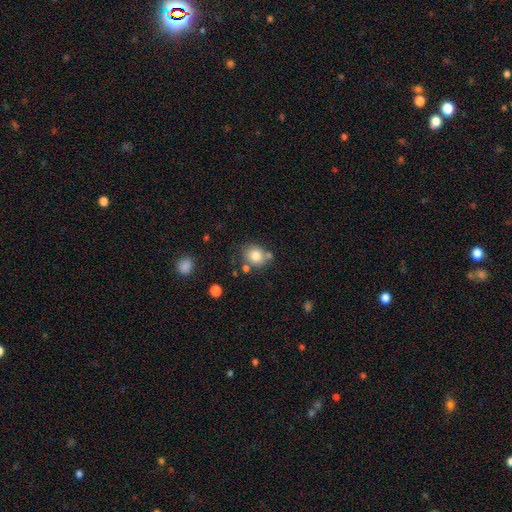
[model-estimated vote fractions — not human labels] A smooth galaxy with no disk features (80%) that is round (73%).

Vote fractions:
- Smooth or featured? smooth: 80% / star or artifact: 10% / featured or disk: 10%
- How rounded? round: 73% / in between: 26% / cigar-shaped: 1%
- Merging? none: 65% / merger: 16% / minor disturbance: 15% / major disturbance: 5%